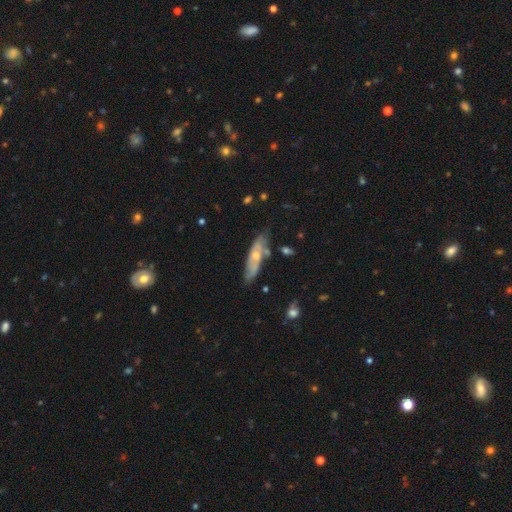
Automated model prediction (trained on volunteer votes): This appears to be a featured or disk galaxy (60%). Merging: none (72%).